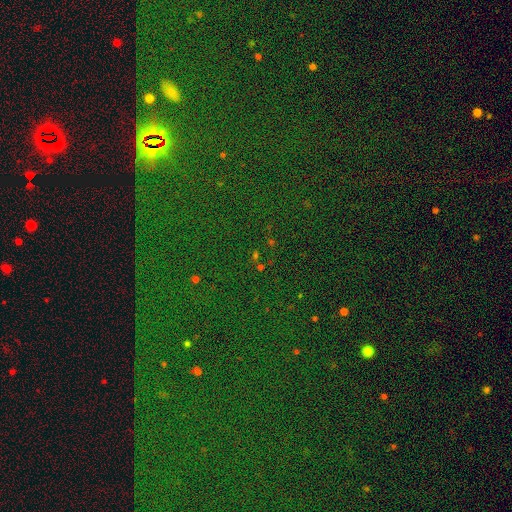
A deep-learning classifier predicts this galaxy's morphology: Smooth or featured? Predicted: star or artifact (p=0.80).